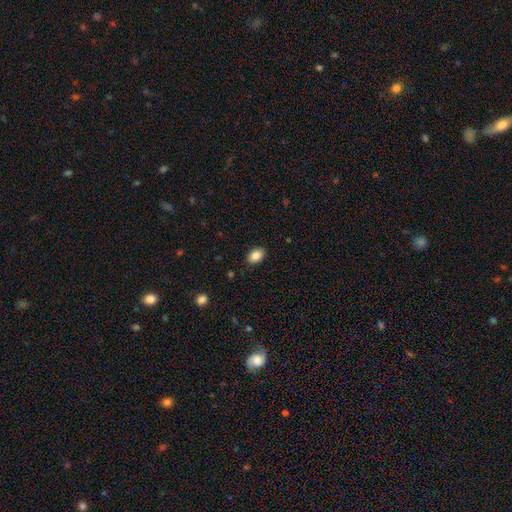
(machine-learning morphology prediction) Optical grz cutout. It shows a smooth galaxy with no disk features (86%) that is in between round and cigar-shaped (87%). Merging: none (88%).